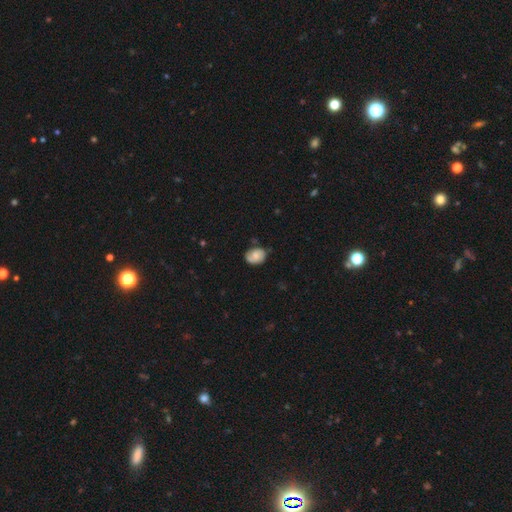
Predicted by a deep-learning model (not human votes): Smooth or featured: smooth — 60% (featured or disk — 32%)
How rounded: in between — 55% (round — 44%)
Merging: none — 62% (minor disturbance — 28%)